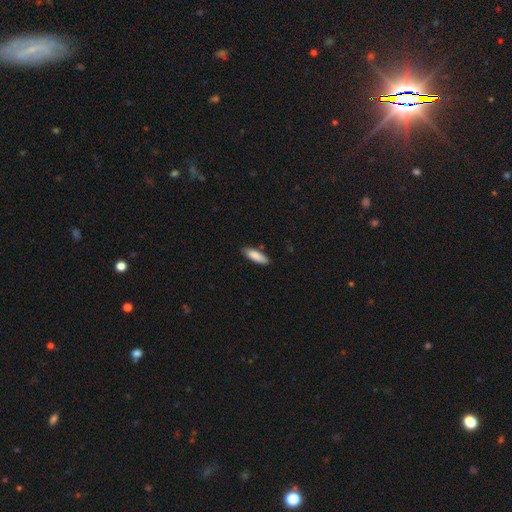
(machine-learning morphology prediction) The model was most divided on "how rounded": in between: 57%, cigar-shaped: 42%, round: 2%. More confident: smooth or featured — smooth (87%); merging — none (83%).